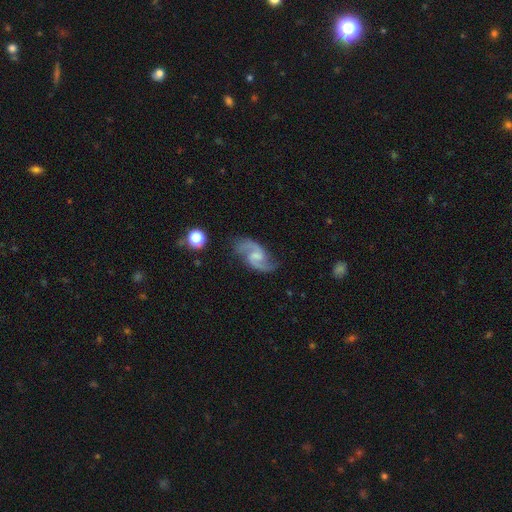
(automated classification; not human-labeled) featured or disk 89%, smooth 6%, star or artifact 5%. Down the decision tree: edge-on disk — no (98%); bar — weak (56%); spiral arms — yes (98%); spiral arm count — 2 (94%); spiral winding — medium (49%); bulge size — small (41%); merging — none (78%).